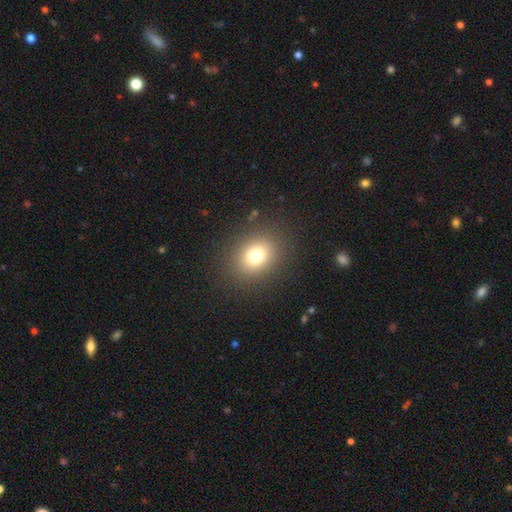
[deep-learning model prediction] A smooth galaxy with no disk features (76%) that is round (59%).

Vote fractions:
- Smooth or featured? smooth: 76% / star or artifact: 15% / featured or disk: 9%
- How rounded? round: 59% / in between: 40% / cigar-shaped: 1%
- Merging? none: 88% / minor disturbance: 7% / major disturbance: 4% / merger: 1%